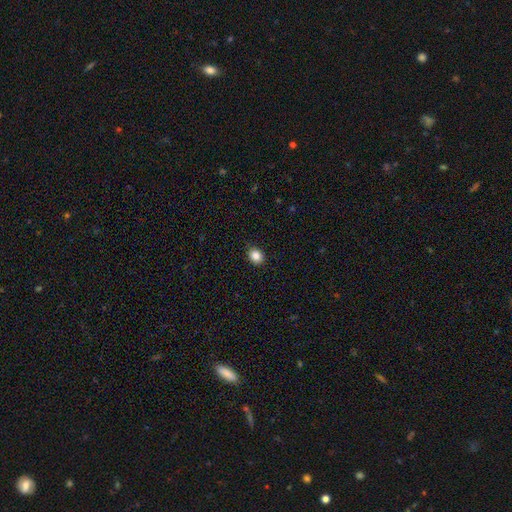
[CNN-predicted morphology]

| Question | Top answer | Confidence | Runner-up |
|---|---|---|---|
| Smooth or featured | smooth | 86% | star or artifact (10%) |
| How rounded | round | 63% | in between (36%) |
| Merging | none | 89% | minor disturbance (8%) |